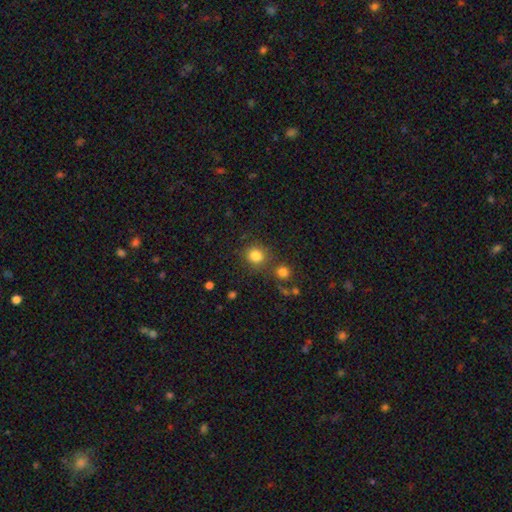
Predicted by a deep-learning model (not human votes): smooth-or-featured: smooth: 82% | star or artifact: 12% | featured or disk: 6%
  how-rounded: round: 90% | in between: 9% | cigar-shaped: 1%
  merging: none: 76% | merger: 11% | minor disturbance: 9% | major disturbance: 4%